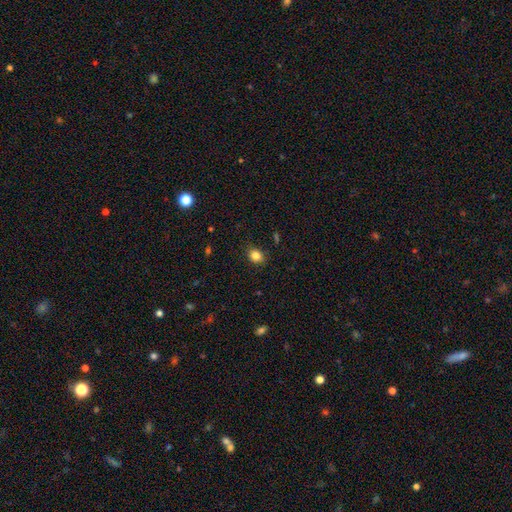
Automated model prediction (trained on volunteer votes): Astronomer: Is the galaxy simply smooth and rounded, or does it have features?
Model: smooth — 84%.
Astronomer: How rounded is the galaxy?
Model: round — 53% (runner-up: in between, 46%).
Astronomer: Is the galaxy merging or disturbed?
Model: none — 84%.